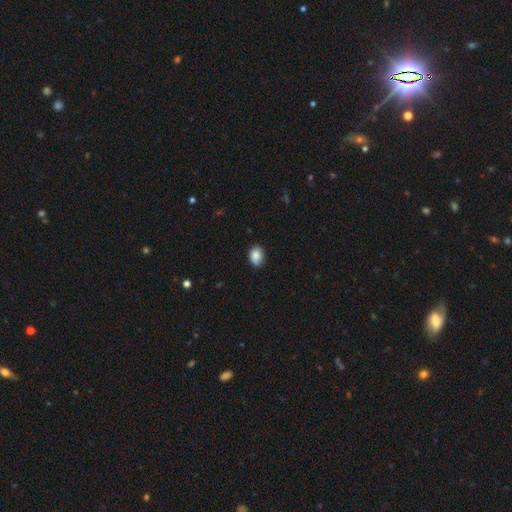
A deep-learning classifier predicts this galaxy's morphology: A smooth galaxy with no disk features (84%) that is in between round and cigar-shaped (74%).

Vote fractions:
- Smooth or featured? smooth: 84% / star or artifact: 8% / featured or disk: 8%
- How rounded? in between: 74% / round: 25% / cigar-shaped: 1%
- Merging? none: 77% / minor disturbance: 19% / major disturbance: 3% / merger: 1%